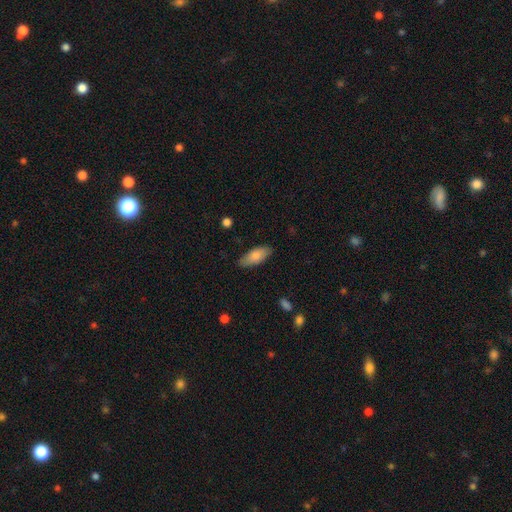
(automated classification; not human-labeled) Q: Smooth or featured?
A: smooth (81%); runner-up: featured or disk (13%)
Q: How rounded?
A: in between (80%); runner-up: cigar-shaped (18%)
Q: Merging?
A: none (83%); runner-up: minor disturbance (13%)